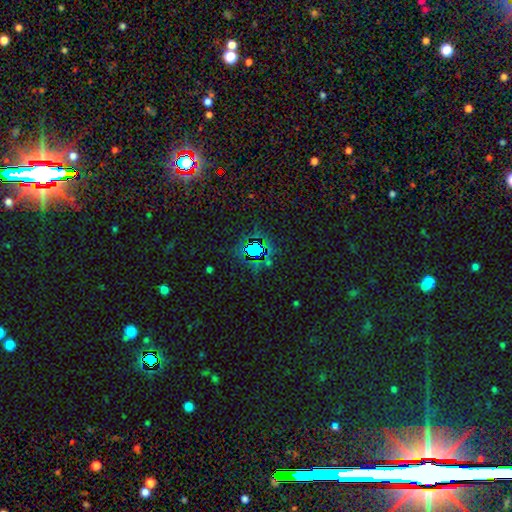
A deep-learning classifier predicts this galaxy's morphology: The model was most divided on "smooth or featured": star or artifact: 79%, smooth: 13%, featured or disk: 8%.